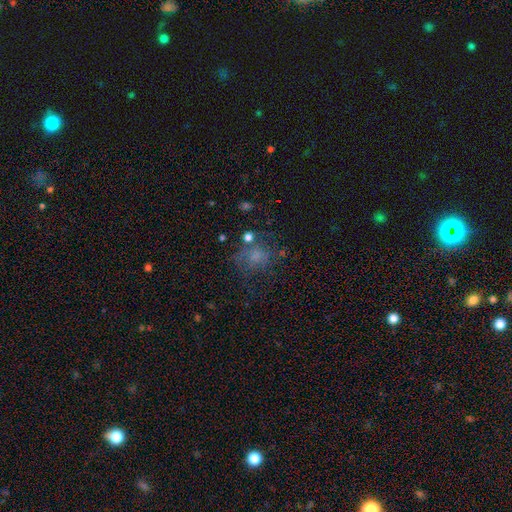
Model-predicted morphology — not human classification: type=smooth (53%); roundness=round (66%); merging=none (49%).